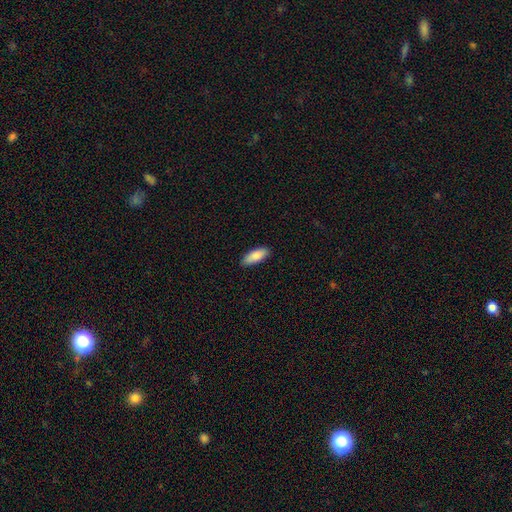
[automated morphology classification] type=smooth (87%); roundness=in between (74%); merging=none (87%).